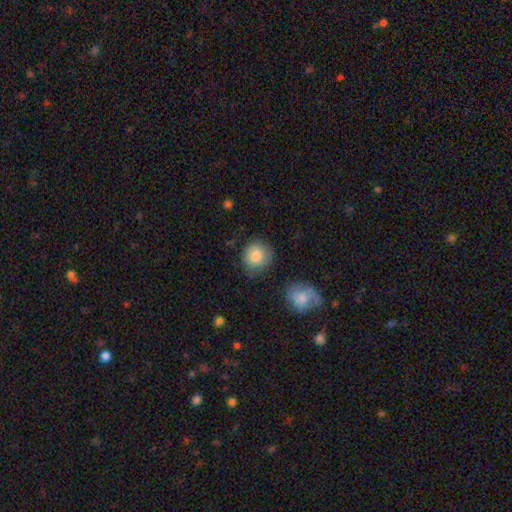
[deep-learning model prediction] A smooth galaxy with no disk features (86%) that is round (88%).

Vote fractions:
- Smooth or featured? smooth: 86% / star or artifact: 7% / featured or disk: 7%
- How rounded? round: 88% / in between: 11% / cigar-shaped: 1%
- Merging? none: 79% / minor disturbance: 14% / major disturbance: 4% / merger: 3%